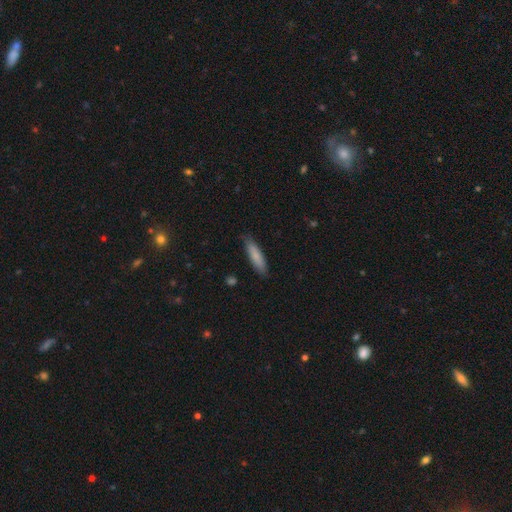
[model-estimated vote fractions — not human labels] Smooth or featured?
  - smooth: 80% *
  - featured or disk: 14%
  - star or artifact: 6%
How rounded?
  - cigar-shaped: 76% *
  - in between: 23%
  - round: 1%
Merging?
  - none: 83% *
  - minor disturbance: 13%
  - major disturbance: 2%
  - merger: 1%